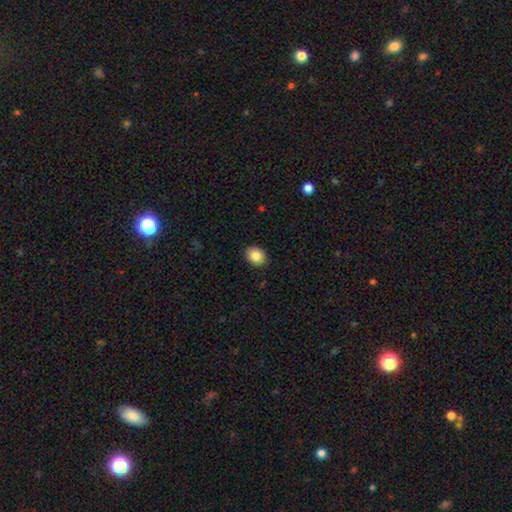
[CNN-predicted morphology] This appears to be a smooth galaxy with no disk features (86%) that is in between round and cigar-shaped (61%). Merging: none (90%).